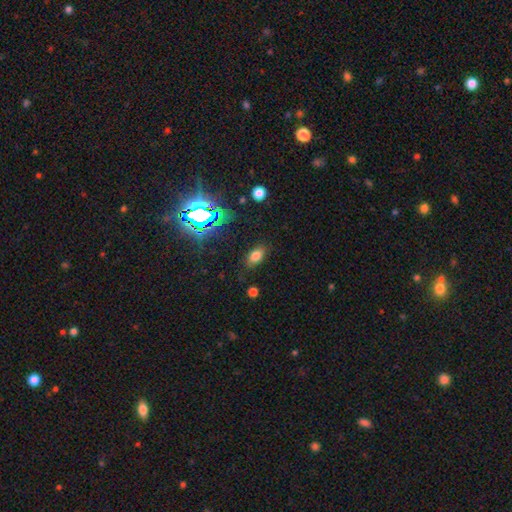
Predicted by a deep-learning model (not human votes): smooth 72%, star or artifact 19%, featured or disk 9%. Down the decision tree: how rounded — in between (87%); merging — none (83%).